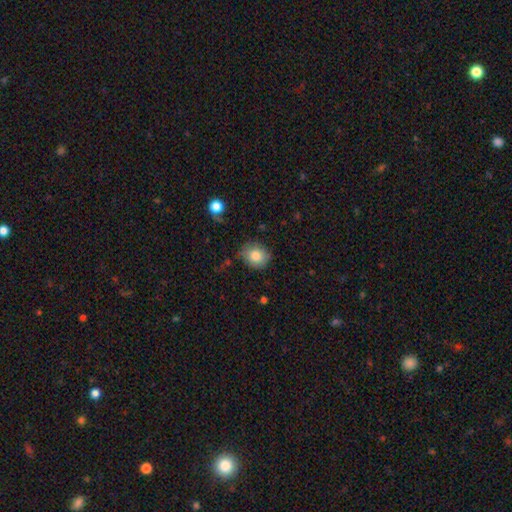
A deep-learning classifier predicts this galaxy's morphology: This appears to be a smooth galaxy with no disk features (81%) that is round (69%). Merging: none (75%).